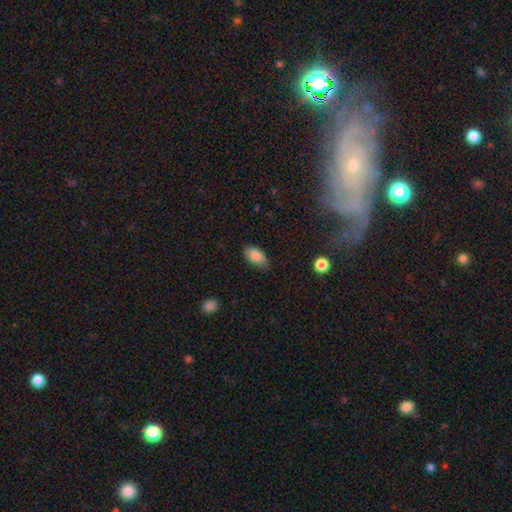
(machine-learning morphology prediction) A smooth galaxy with no disk features (86%) that is in between round and cigar-shaped (93%).

Vote fractions:
- Smooth or featured? smooth: 86% / star or artifact: 8% / featured or disk: 6%
- How rounded? in between: 93% / round: 4% / cigar-shaped: 3%
- Merging? none: 81% / minor disturbance: 15% / major disturbance: 3% / merger: 1%